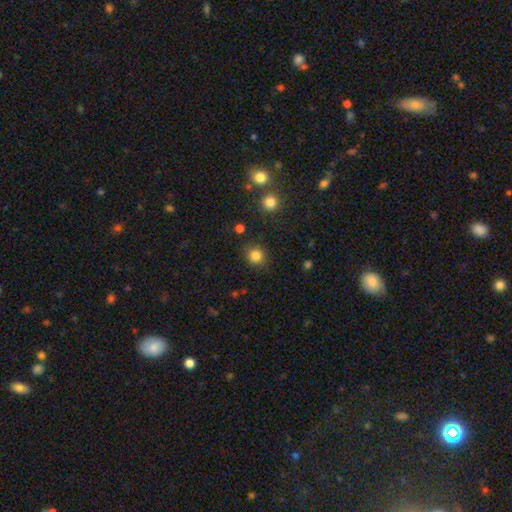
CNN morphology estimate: A smooth galaxy with no disk features (84%) that is round (87%).

Vote fractions:
- Smooth or featured? smooth: 84% / star or artifact: 12% / featured or disk: 5%
- How rounded? round: 87% / in between: 12% / cigar-shaped: 1%
- Merging? none: 86% / minor disturbance: 10% / major disturbance: 3% / merger: 2%